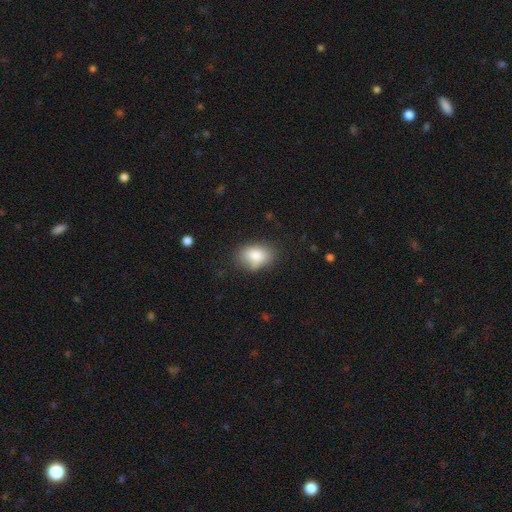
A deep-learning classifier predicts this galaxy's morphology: Smooth or featured? Predicted: smooth (p=0.84). How rounded? Predicted: in between (p=0.82). Merging? Predicted: none (p=0.65).